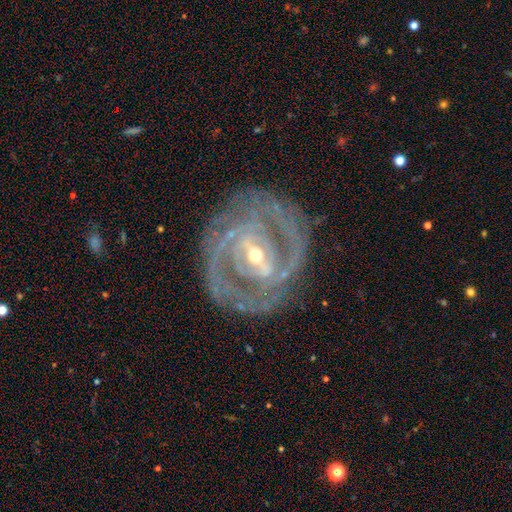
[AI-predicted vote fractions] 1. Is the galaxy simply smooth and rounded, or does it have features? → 89% featured or disk, 6% smooth, 5% star or artifact.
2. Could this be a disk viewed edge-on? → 96% no, 4% yes.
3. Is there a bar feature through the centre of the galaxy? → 47% strong, 38% weak, 15% no.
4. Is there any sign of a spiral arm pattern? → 92% yes, 8% no.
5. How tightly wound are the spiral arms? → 65% tight, 28% medium, 7% loose.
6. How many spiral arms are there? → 48% 2, 21% can't tell, 15% 3, 6% 4, 5% 1, 5% more than 4.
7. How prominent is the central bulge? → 51% moderate, 45% small, 3% large, 1% none, 1% dominant.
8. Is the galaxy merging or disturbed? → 75% none, 15% minor disturbance, 8% major disturbance, 2% merger.